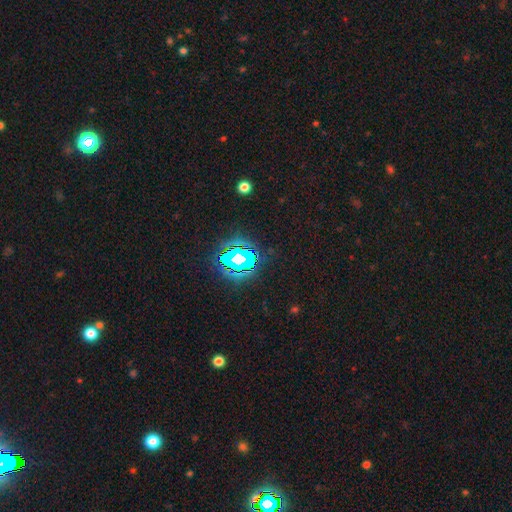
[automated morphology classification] Overall: star or artifact (83%).